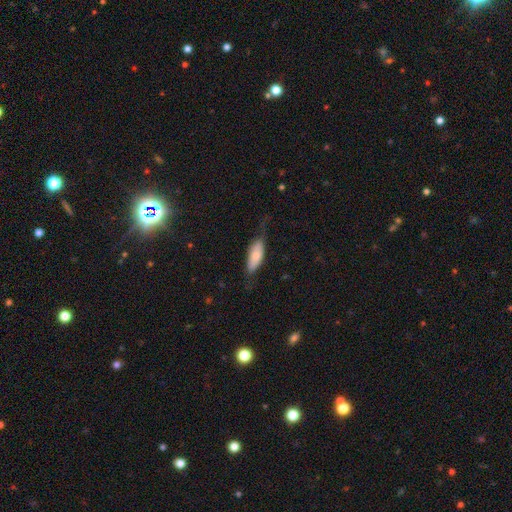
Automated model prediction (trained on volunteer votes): Smooth or featured: smooth — 74% (featured or disk — 20%)
How rounded: in between — 71% (cigar-shaped — 27%)
Merging: none — 55% (minor disturbance — 29%)